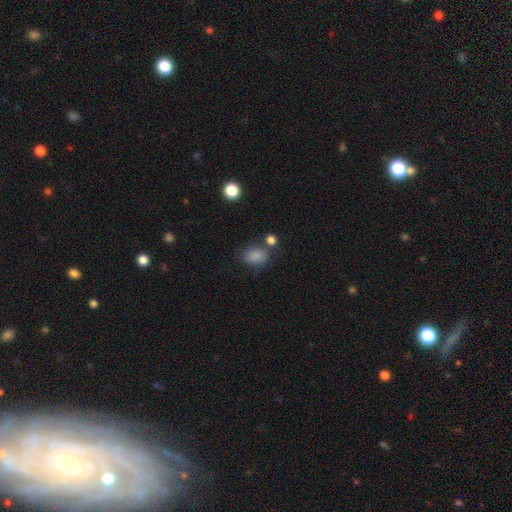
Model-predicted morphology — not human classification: Overall: smooth (84%). How rounded: in between (70%). Merging: none (65%).